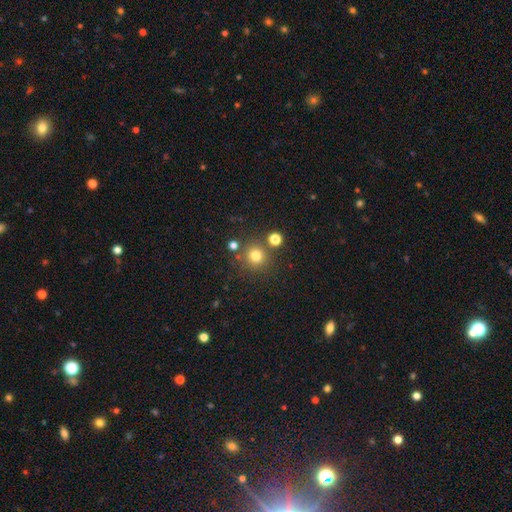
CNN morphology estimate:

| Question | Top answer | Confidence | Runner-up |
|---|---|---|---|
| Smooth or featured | smooth | 77% | star or artifact (16%) |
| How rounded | round | 93% | in between (6%) |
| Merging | none | 80% | merger (9%) |